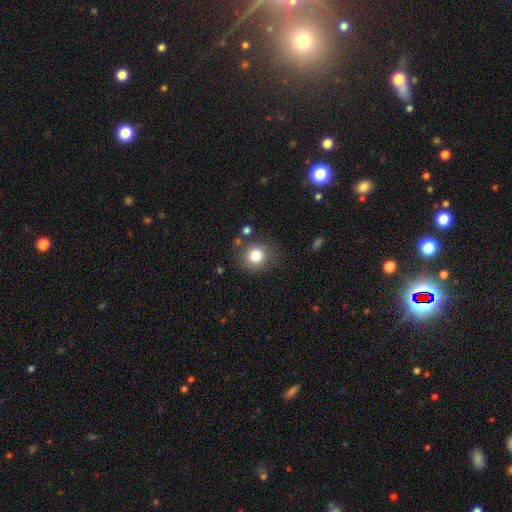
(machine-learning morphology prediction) The model was most divided on "merging": none: 79%, minor disturbance: 12%, merger: 4%, major disturbance: 4%. More confident: how rounded — round (84%); smooth or featured — smooth (80%).